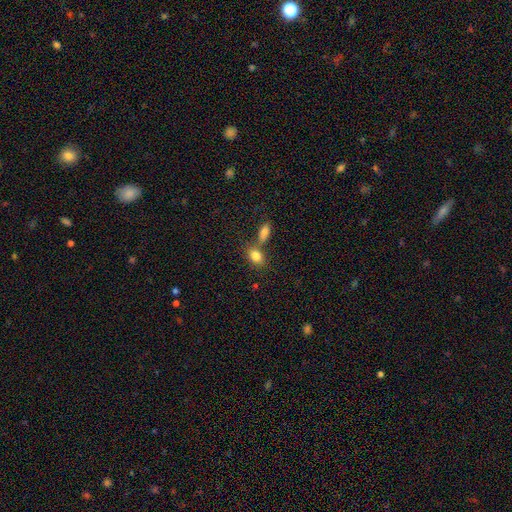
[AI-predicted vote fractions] A smooth galaxy with no disk features (83%) that is in between round and cigar-shaped (79%). Merging: none (49%).